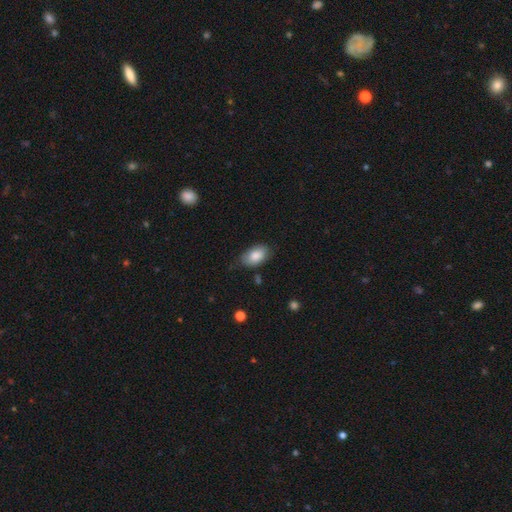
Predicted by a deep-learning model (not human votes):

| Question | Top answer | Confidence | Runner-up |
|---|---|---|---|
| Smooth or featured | smooth | 86% | featured or disk (8%) |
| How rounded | in between | 92% | round (6%) |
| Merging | none | 75% | minor disturbance (20%) |